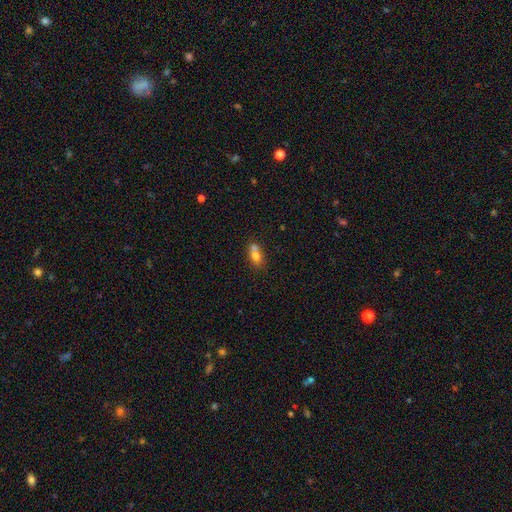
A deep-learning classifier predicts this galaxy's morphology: Smooth or featured? smooth (71%)
How rounded? in between (69%)
Merging? merger (52%)